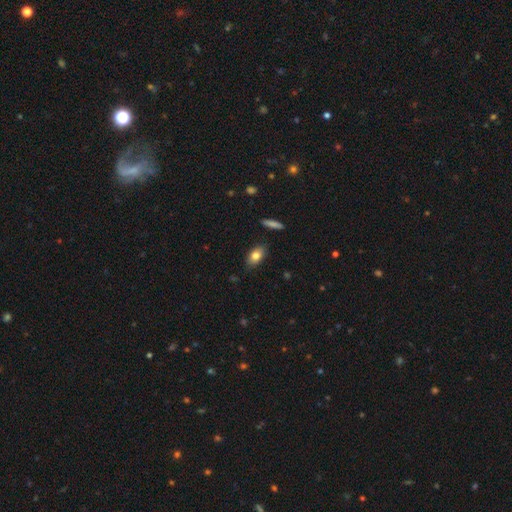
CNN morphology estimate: smooth_or_featured: smooth (p=0.80) [alt: featured or disk p=0.12]
how_rounded: in between (p=0.87) [alt: round p=0.08]
merging: none (p=0.85) [alt: minor disturbance p=0.12]